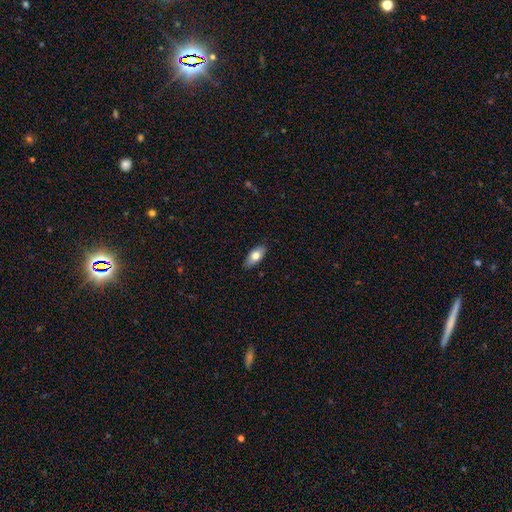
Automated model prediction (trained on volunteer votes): This is likely a smooth galaxy (74%). How rounded: clearly in between (88%). Merging: clearly none (87%).